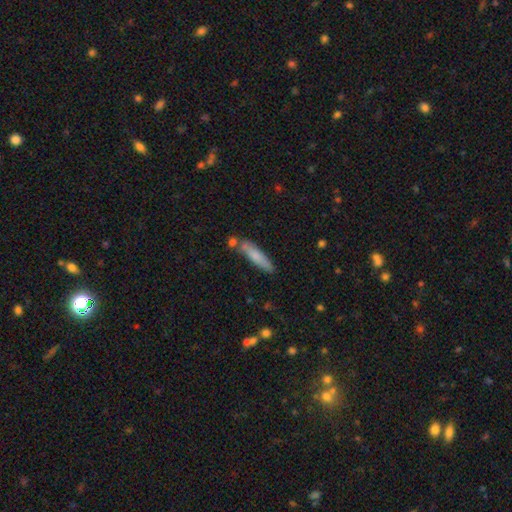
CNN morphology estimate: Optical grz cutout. It shows a smooth galaxy with no disk features (74%) that is cigar-shaped (82%). Merging: none (73%).